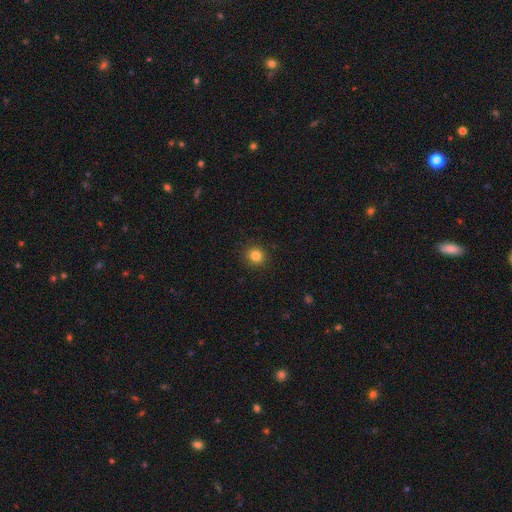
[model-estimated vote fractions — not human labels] The model was most divided on "smooth or featured": smooth: 83%, star or artifact: 12%, featured or disk: 5%. More confident: merging — none (91%); how rounded — round (87%).